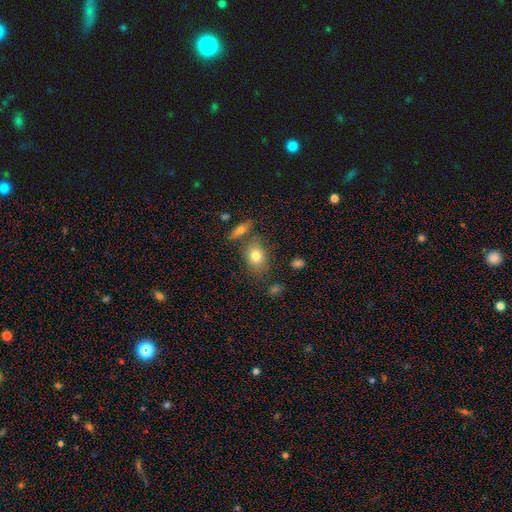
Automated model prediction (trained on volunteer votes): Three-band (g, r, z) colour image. It shows a smooth galaxy with no disk features (77%) that is in between round and cigar-shaped (69%). Merging: none (69%).